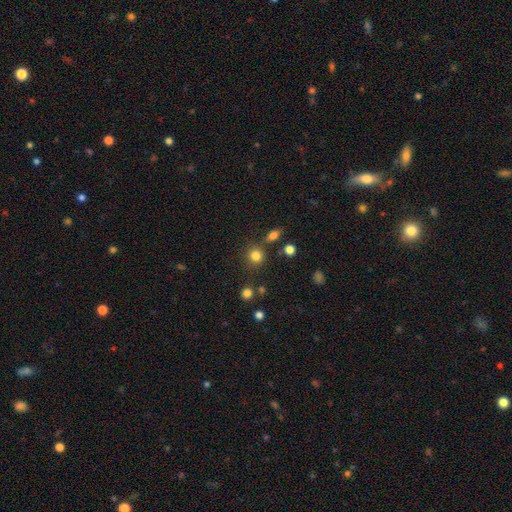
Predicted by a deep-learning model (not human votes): This is clearly a smooth galaxy (81%). How rounded: clearly round (89%). Merging: likely none (79%).